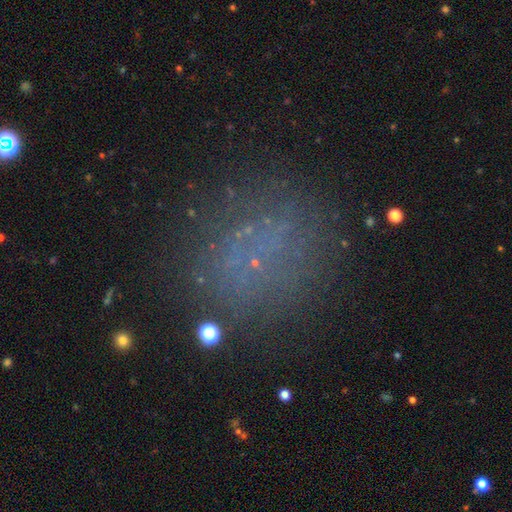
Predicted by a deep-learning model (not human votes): A smooth galaxy with no disk features (45%). Merging: none (77%).